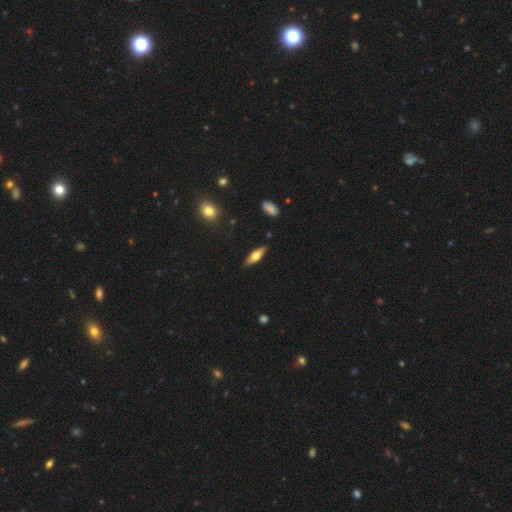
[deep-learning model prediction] Smooth or featured? smooth (49%)
Merging? none (86%)